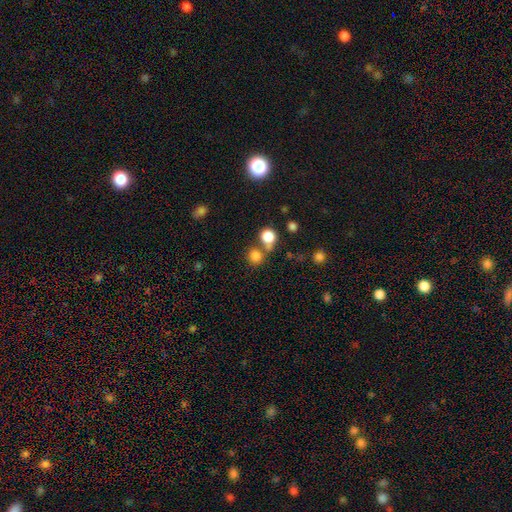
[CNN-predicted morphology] A smooth galaxy with no disk features (80%) that is round (88%).

Vote fractions:
- Smooth or featured? smooth: 80% / star or artifact: 13% / featured or disk: 7%
- How rounded? round: 88% / in between: 11% / cigar-shaped: 1%
- Merging? none: 61% / merger: 28% / minor disturbance: 8% / major disturbance: 4%